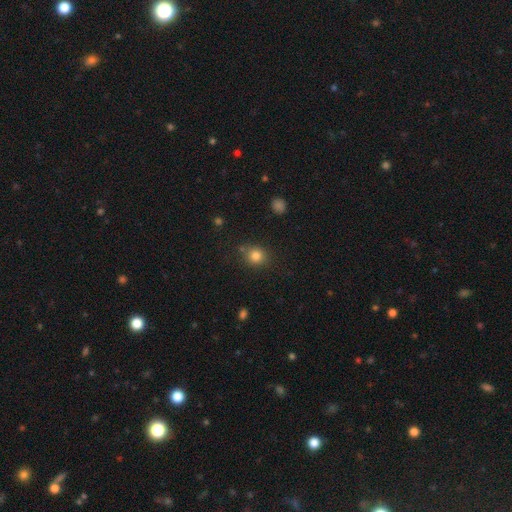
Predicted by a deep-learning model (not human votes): Smooth or featured: smooth — 82% (star or artifact — 12%)
How rounded: round — 80% (in between — 19%)
Merging: none — 80% (minor disturbance — 11%)